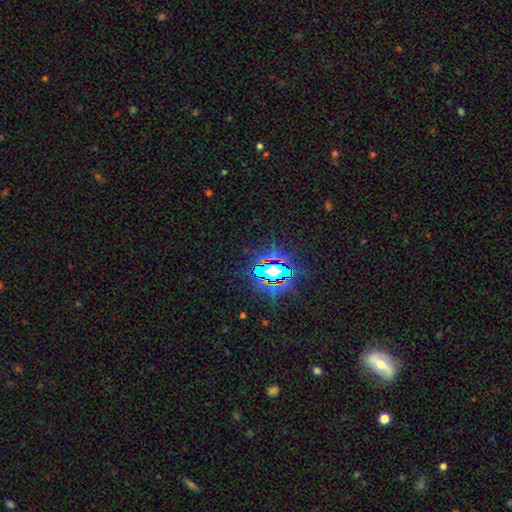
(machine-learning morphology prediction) The model was most divided on "smooth or featured": star or artifact: 82%, smooth: 11%, featured or disk: 7%.